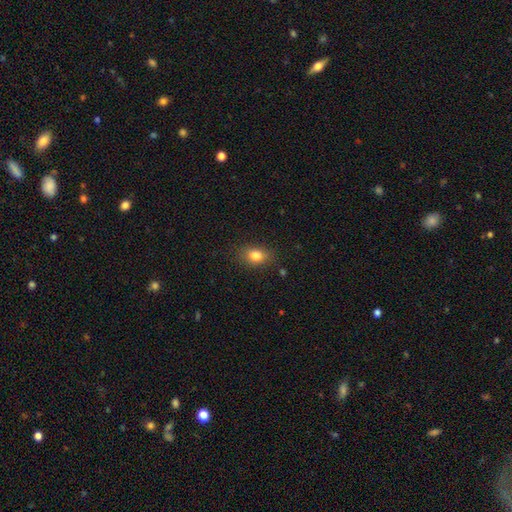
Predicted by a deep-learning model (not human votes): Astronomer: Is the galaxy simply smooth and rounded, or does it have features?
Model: smooth — 82%.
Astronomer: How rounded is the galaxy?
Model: in between — 73%.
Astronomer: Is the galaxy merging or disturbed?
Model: none — 81%.